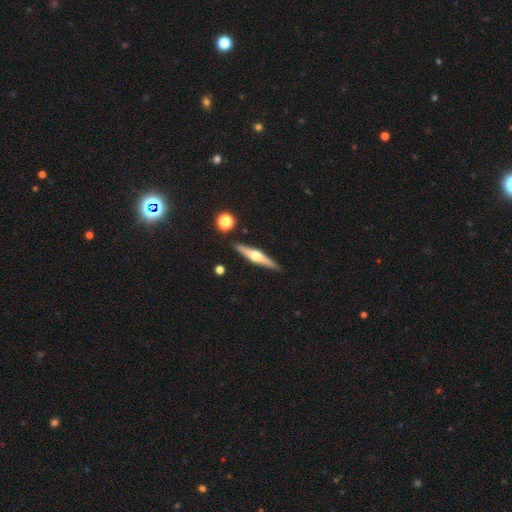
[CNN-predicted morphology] A featured or disk galaxy (64%) viewed edge-on (97%) with a rounded central bulge (93%).

Vote fractions:
- Smooth or featured? featured or disk: 64% / smooth: 30% / star or artifact: 6%
- Edge-on disk? yes: 97% / no: 3%
- Edge-on bulge? rounded: 93% / boxy: 4% / none: 3%
- Merging? none: 88% / minor disturbance: 8% / merger: 2% / major disturbance: 2%